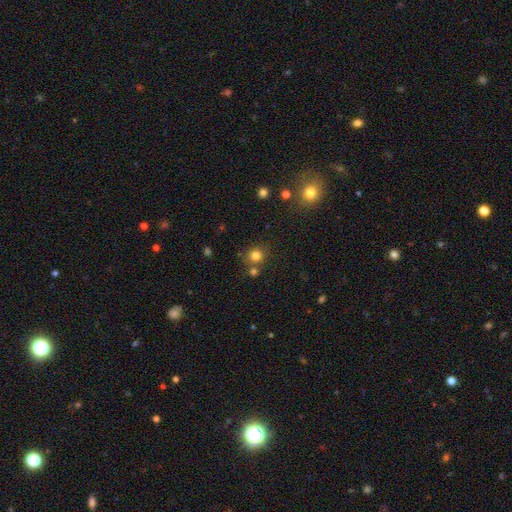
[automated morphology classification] Smooth or featured? Predicted: smooth (p=0.79). How rounded? Predicted: round (p=0.89). Merging? Predicted: none (p=0.74).